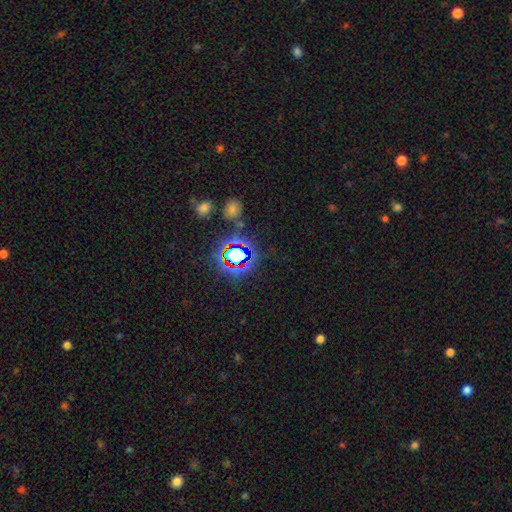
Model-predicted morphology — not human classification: smooth-or-featured: star or artifact: 70% | smooth: 19% | featured or disk: 11%